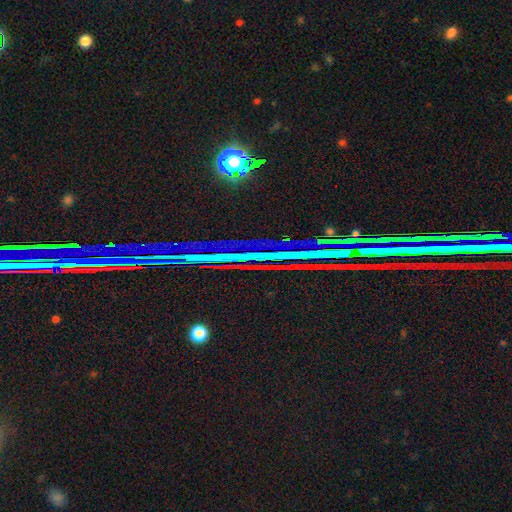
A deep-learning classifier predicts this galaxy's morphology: Smooth or featured: star or artifact — 80% (featured or disk — 11%)